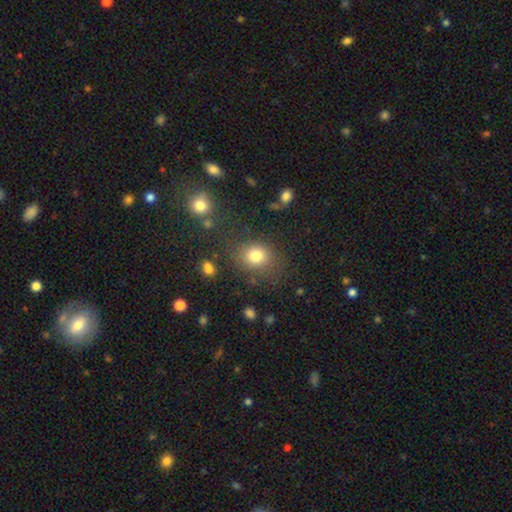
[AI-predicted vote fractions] This is likely a smooth galaxy (80%). How rounded: likely round (62%). Merging: likely none (76%).